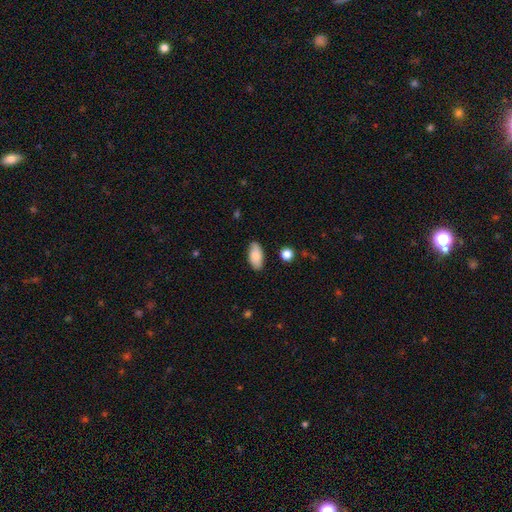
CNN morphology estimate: Smooth or featured: smooth — 84% (featured or disk — 9%)
How rounded: in between — 92% (cigar-shaped — 6%)
Merging: none — 84% (minor disturbance — 12%)